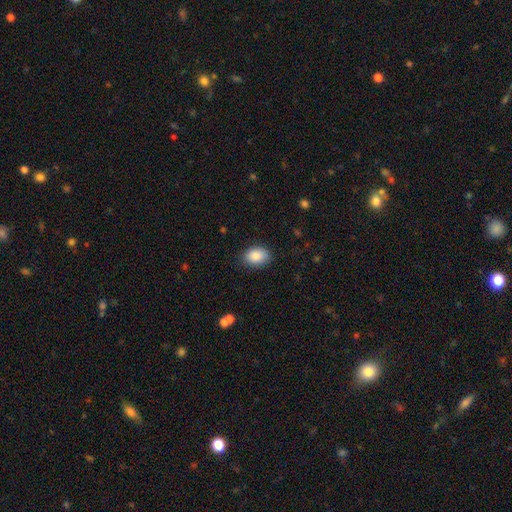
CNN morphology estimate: Smooth or featured? Predicted: smooth (p=0.87). How rounded? Predicted: in between (p=0.84). Merging? Predicted: none (p=0.85).